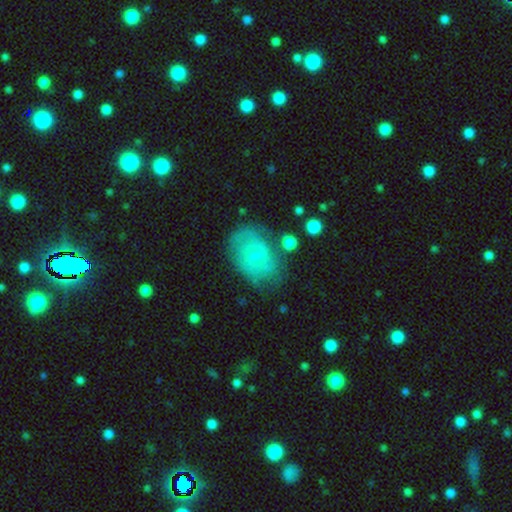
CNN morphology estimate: The model was most divided on "smooth or featured": featured or disk: 49%, smooth: 44%, star or artifact: 7%. More confident: merging — none (59%).